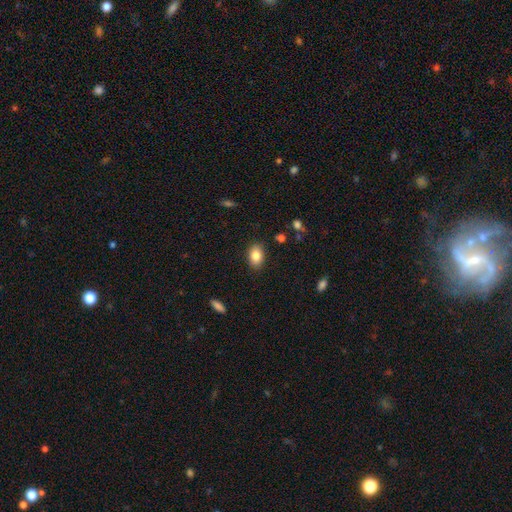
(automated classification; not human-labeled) smooth_or_featured: smooth (p=0.84) [alt: star or artifact p=0.08]
how_rounded: in between (p=0.84) [alt: round p=0.14]
merging: none (p=0.86) [alt: minor disturbance p=0.10]